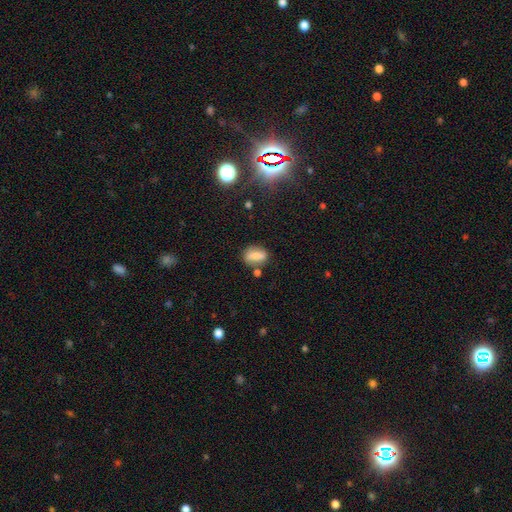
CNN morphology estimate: Overall: smooth (77%). How rounded: in between (73%). Merging: none (64%).